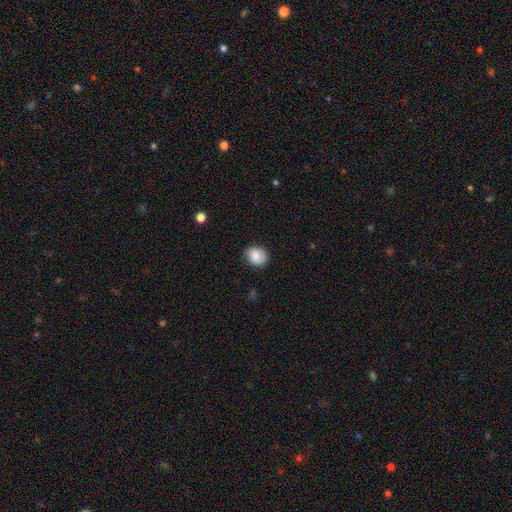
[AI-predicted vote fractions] The model was most divided on "how rounded": round: 62%, in between: 37%, cigar-shaped: 1%. More confident: smooth or featured — smooth (82%); merging — none (82%).